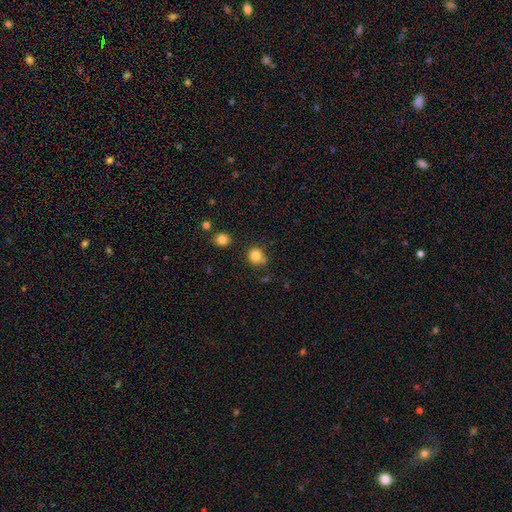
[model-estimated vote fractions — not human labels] Overall: smooth (82%). How rounded: round (86%). Merging: none (69%).